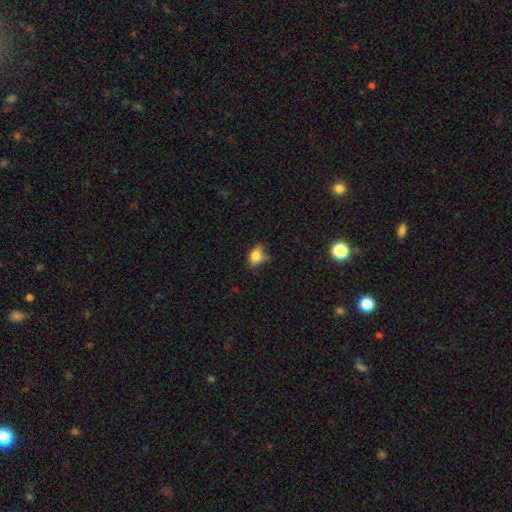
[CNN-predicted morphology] This is likely a smooth galaxy (76%). How rounded: likely in between (72%). Merging: marginally none (41%).